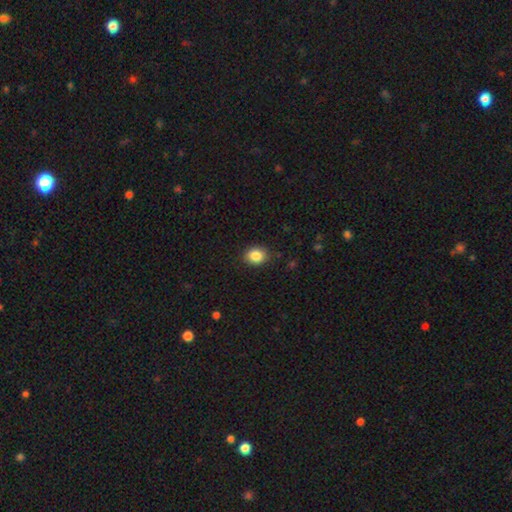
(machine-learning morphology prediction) Smooth or featured? Predicted: smooth (p=0.86). How rounded? Predicted: round (p=0.59). Merging? Predicted: none (p=0.87).